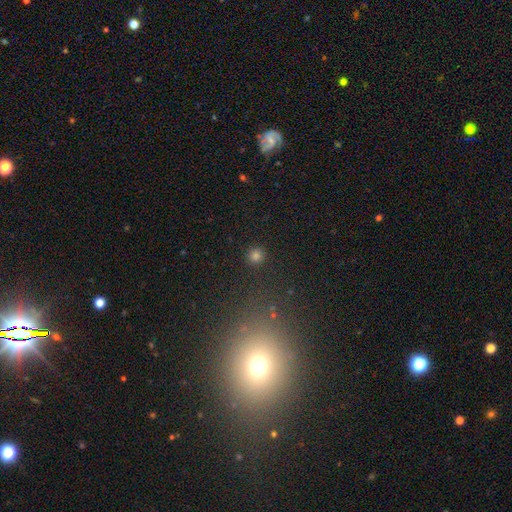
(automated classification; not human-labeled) smooth 79%, star or artifact 16%, featured or disk 5%. Down the decision tree: how rounded — round (93%); merging — none (90%).